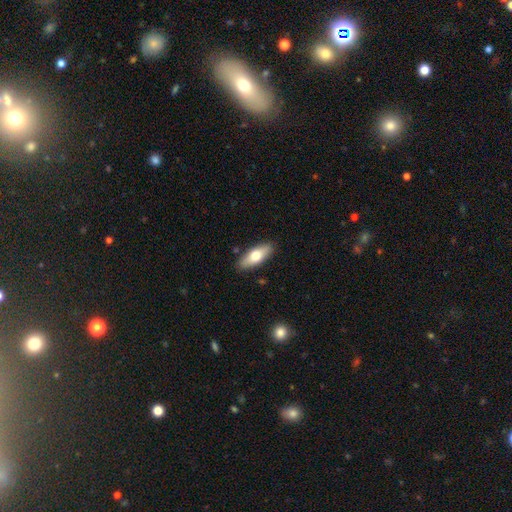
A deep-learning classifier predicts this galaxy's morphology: A smooth galaxy with no disk features (70%) that is in between round and cigar-shaped (71%).

Vote fractions:
- Smooth or featured? smooth: 70% / featured or disk: 24% / star or artifact: 6%
- How rounded? in between: 71% / cigar-shaped: 27% / round: 2%
- Merging? none: 87% / minor disturbance: 10% / major disturbance: 2% / merger: 2%